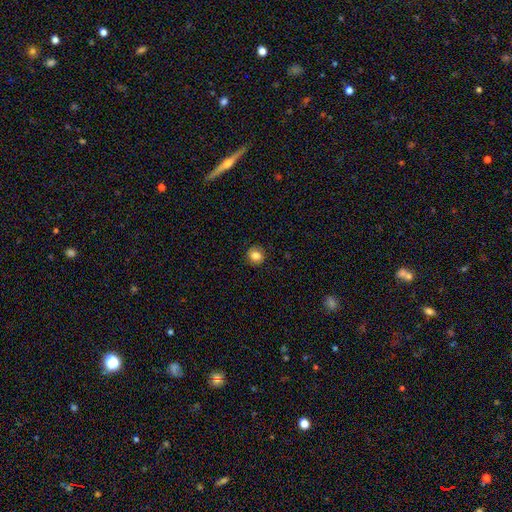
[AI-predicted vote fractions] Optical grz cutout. It shows a smooth galaxy with no disk features (82%) that is round (85%). Merging: none (89%).